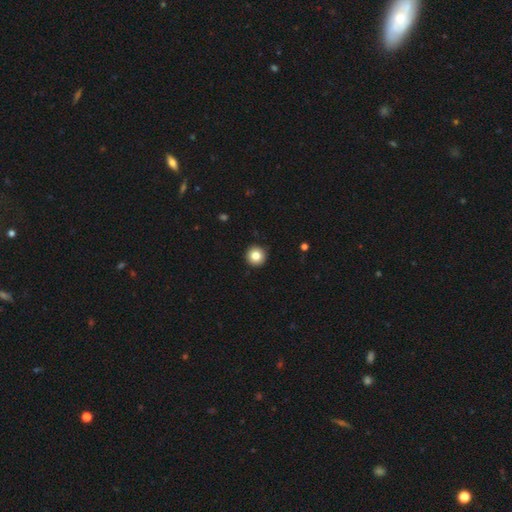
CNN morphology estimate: Overall: smooth (83%). How rounded: round (96%). Merging: none (93%).